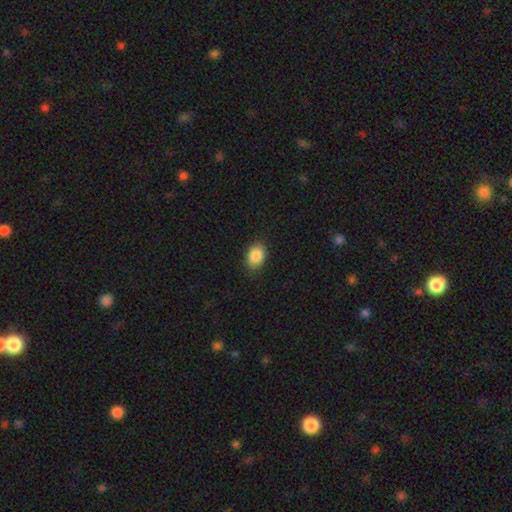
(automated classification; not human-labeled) smooth_or_featured: smooth (p=0.87) [alt: star or artifact p=0.08]
how_rounded: in between (p=0.77) [alt: round p=0.22]
merging: none (p=0.86) [alt: minor disturbance p=0.10]